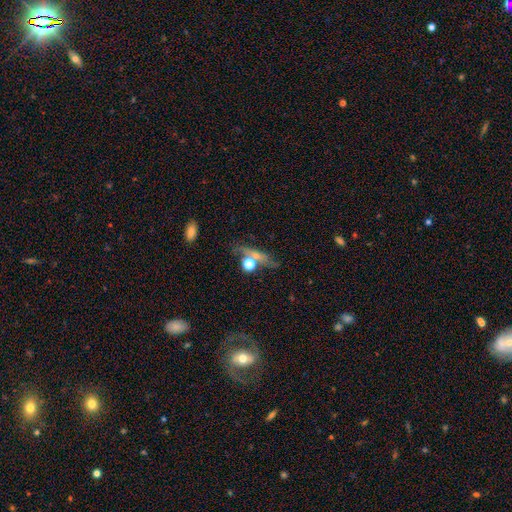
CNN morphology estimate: Smooth or featured? Predicted: featured or disk (p=0.47). Merging? Predicted: none (p=0.57).